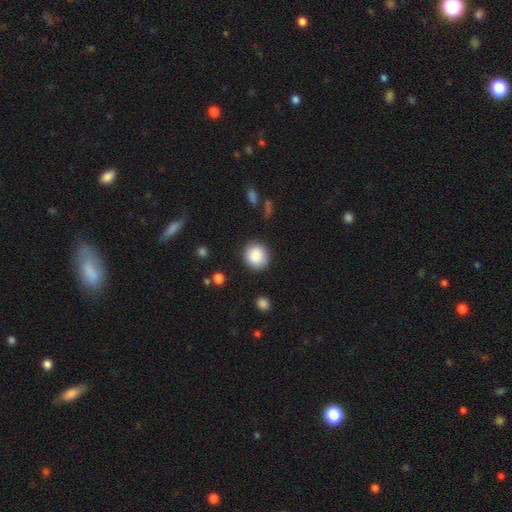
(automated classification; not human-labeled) A smooth galaxy with no disk features (88%) that is round (85%).

Vote fractions:
- Smooth or featured? smooth: 88% / star or artifact: 8% / featured or disk: 5%
- How rounded? round: 85% / in between: 14% / cigar-shaped: 1%
- Merging? none: 88% / minor disturbance: 8% / major disturbance: 3% / merger: 1%